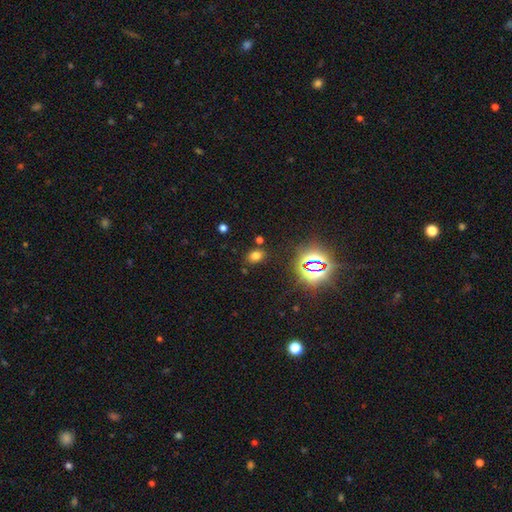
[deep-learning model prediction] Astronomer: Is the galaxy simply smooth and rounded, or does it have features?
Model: smooth — 67%.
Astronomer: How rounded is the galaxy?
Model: in between — 65%.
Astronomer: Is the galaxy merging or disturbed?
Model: none — 82%.